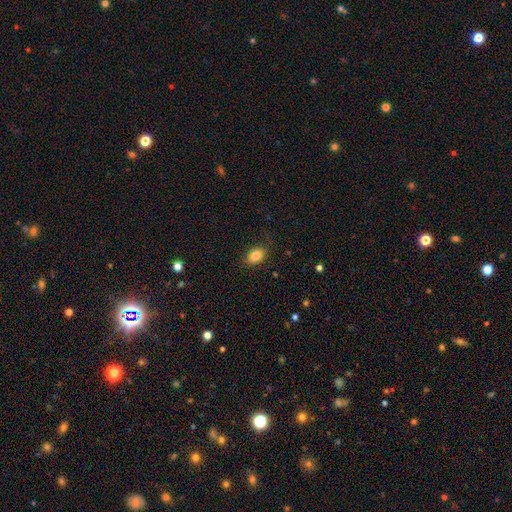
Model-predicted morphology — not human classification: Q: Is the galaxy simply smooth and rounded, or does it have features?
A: smooth — 83%.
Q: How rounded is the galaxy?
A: in between — 83%.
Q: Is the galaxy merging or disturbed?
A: none — 82%.